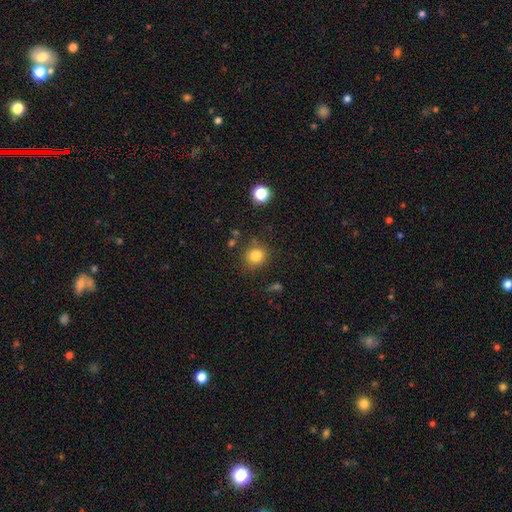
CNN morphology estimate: Smooth or featured? smooth (81%)
How rounded? round (85%)
Merging? none (82%)